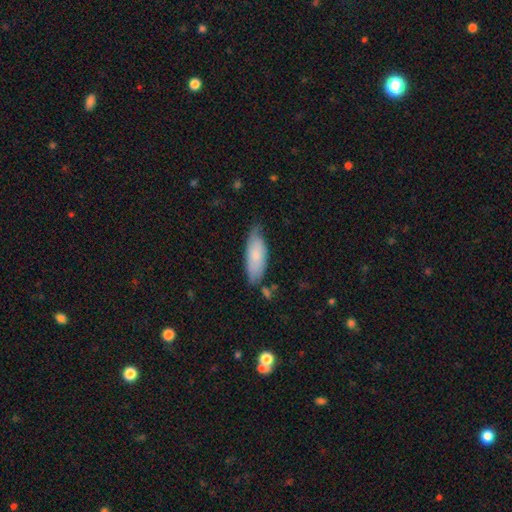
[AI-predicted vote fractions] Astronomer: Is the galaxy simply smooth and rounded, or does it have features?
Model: smooth — 74%.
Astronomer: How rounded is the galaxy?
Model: in between — 71%.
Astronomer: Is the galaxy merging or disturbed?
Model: none — 61%.